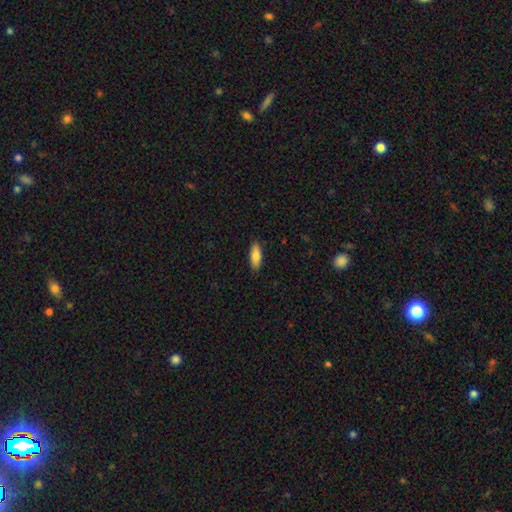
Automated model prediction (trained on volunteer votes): smooth_or_featured: smooth (p=0.84) [alt: featured or disk p=0.10]
how_rounded: in between (p=0.66) [alt: cigar-shaped p=0.33]
merging: none (p=0.88) [alt: minor disturbance p=0.09]